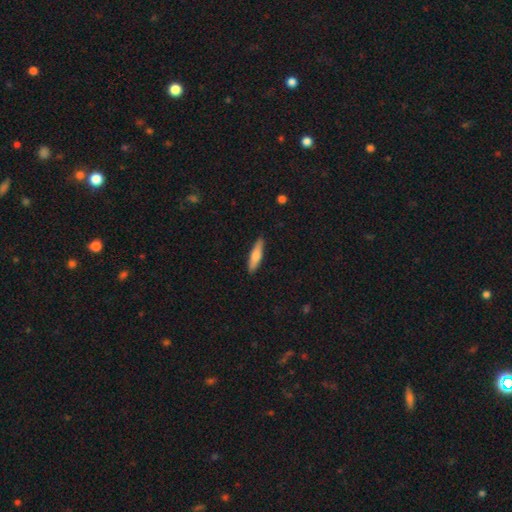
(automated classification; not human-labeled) This is likely a smooth galaxy (68%). How rounded: likely cigar-shaped (76%). Merging: clearly none (89%).